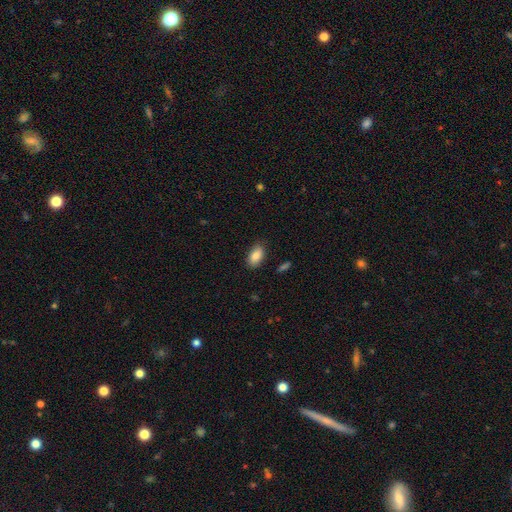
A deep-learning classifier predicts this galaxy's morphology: Q: Smooth or featured?
A: smooth (85%); runner-up: featured or disk (8%)
Q: How rounded?
A: in between (92%); runner-up: round (5%)
Q: Merging?
A: none (84%); runner-up: minor disturbance (12%)